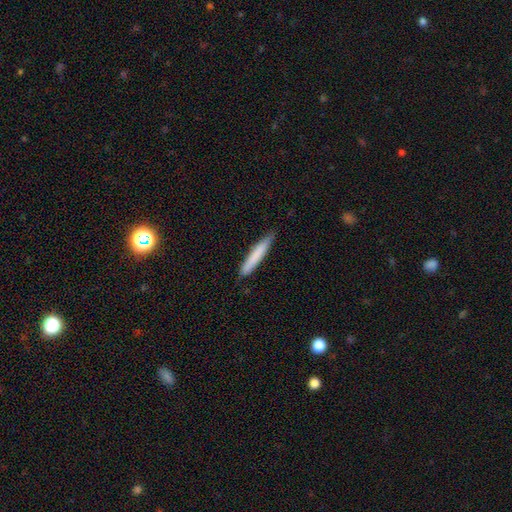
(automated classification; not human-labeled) The model was most divided on "smooth or featured": smooth: 76%, featured or disk: 18%, star or artifact: 6%. More confident: how rounded — cigar-shaped (94%); merging — none (84%).